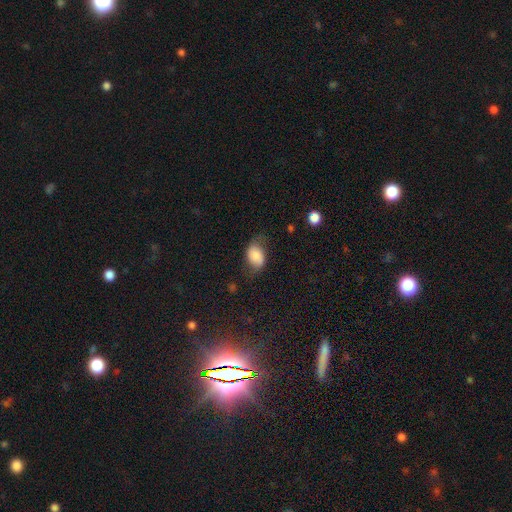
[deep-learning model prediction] A smooth galaxy with no disk features (74%) that is in between round and cigar-shaped (83%).

Vote fractions:
- Smooth or featured? smooth: 74% / featured or disk: 17% / star or artifact: 8%
- How rounded? in between: 83% / round: 16% / cigar-shaped: 1%
- Merging? none: 55% / minor disturbance: 30% / major disturbance: 13% / merger: 2%